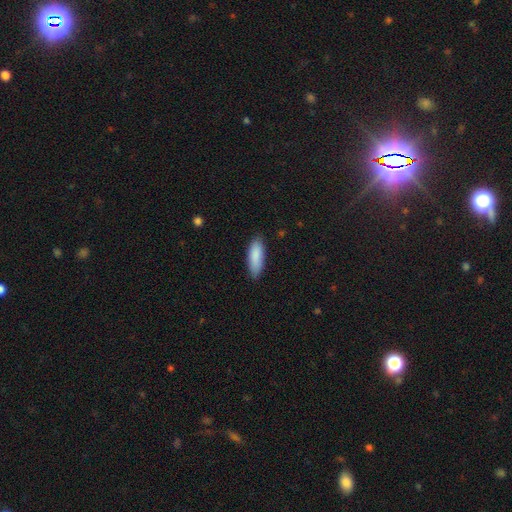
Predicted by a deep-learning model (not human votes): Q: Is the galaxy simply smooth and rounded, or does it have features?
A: smooth — 89%.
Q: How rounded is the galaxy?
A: in between — 66%.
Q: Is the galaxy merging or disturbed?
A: none — 85%.